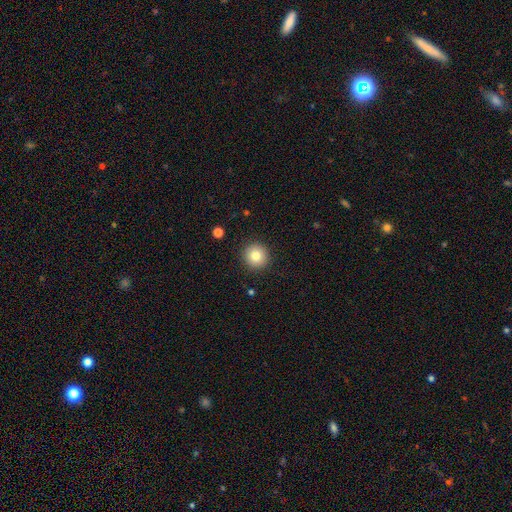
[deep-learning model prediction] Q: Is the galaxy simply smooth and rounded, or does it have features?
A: smooth — 81%.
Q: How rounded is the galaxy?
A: round — 95%.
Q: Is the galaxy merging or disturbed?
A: none — 91%.